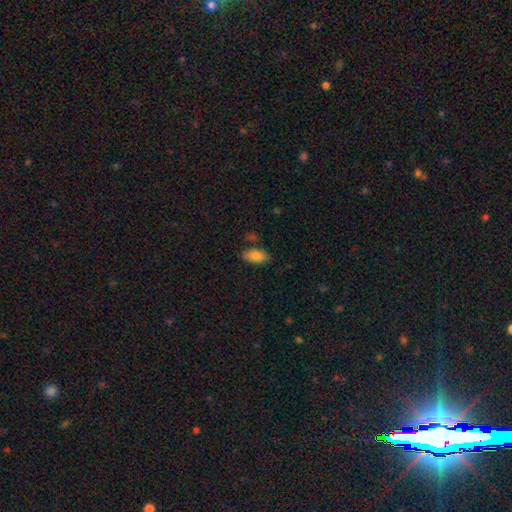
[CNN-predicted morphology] smooth_or_featured: smooth (p=0.83) [alt: featured or disk p=0.10]
how_rounded: in between (p=0.93) [alt: cigar-shaped p=0.04]
merging: none (p=0.80) [alt: minor disturbance p=0.13]